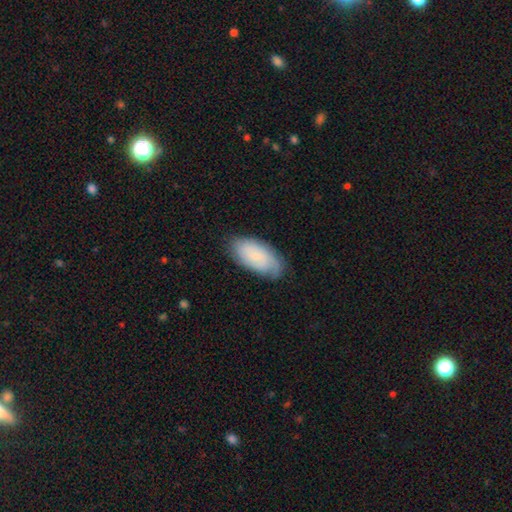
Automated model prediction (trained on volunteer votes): smooth_or_featured: smooth (p=0.57) [alt: featured or disk p=0.36]
how_rounded: in between (p=0.92) [alt: cigar-shaped p=0.05]
merging: none (p=0.74) [alt: minor disturbance p=0.20]